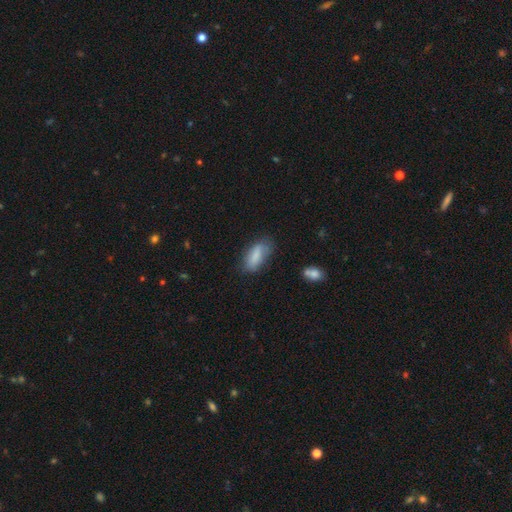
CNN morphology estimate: Smooth or featured? smooth (79%)
How rounded? in between (83%)
Merging? none (59%)